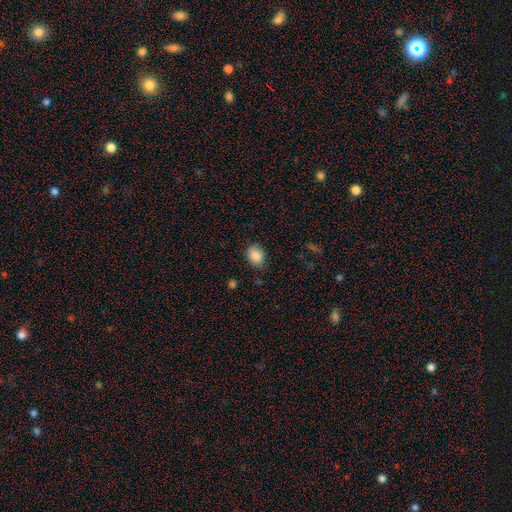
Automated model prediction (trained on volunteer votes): Smooth or featured: smooth — 87% (star or artifact — 8%)
How rounded: in between — 68% (round — 30%)
Merging: none — 76% (minor disturbance — 19%)